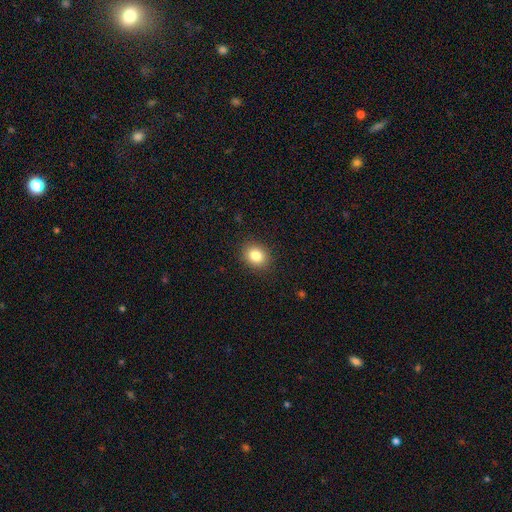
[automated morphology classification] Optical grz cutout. It shows a smooth galaxy with no disk features (84%) that is round (56%). Merging: none (89%).